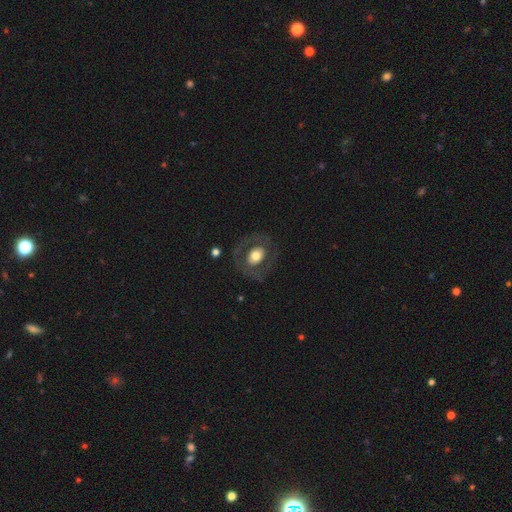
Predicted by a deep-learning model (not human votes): Smooth or featured?
  - smooth: 49% *
  - featured or disk: 45%
  - star or artifact: 7%
Merging?
  - none: 77% *
  - minor disturbance: 12%
  - major disturbance: 10%
  - merger: 1%